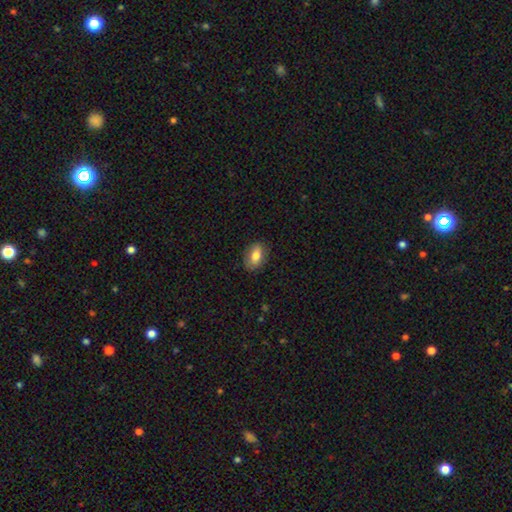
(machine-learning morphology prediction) Smooth or featured?
  - smooth: 76% *
  - featured or disk: 16%
  - star or artifact: 7%
How rounded?
  - in between: 86% *
  - round: 12%
  - cigar-shaped: 3%
Merging?
  - none: 83% *
  - minor disturbance: 13%
  - major disturbance: 3%
  - merger: 1%